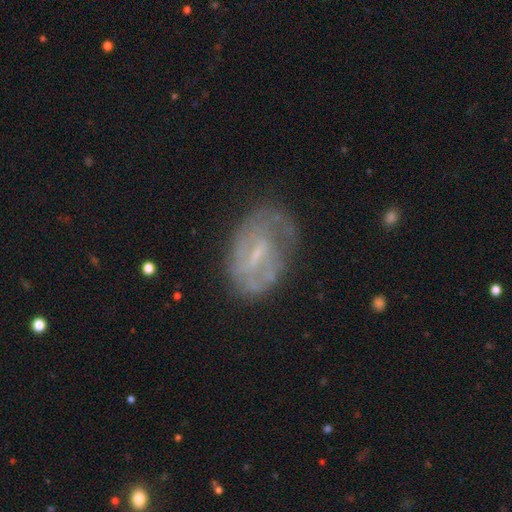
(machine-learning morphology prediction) Smooth or featured? Predicted: featured or disk (p=0.70). Edge-on disk? Predicted: no (p=0.96). Bar? Predicted: weak (p=0.57). Spiral arms? Predicted: yes (p=0.71). Bulge size? Predicted: small (p=0.58). Merging? Predicted: none (p=0.60).